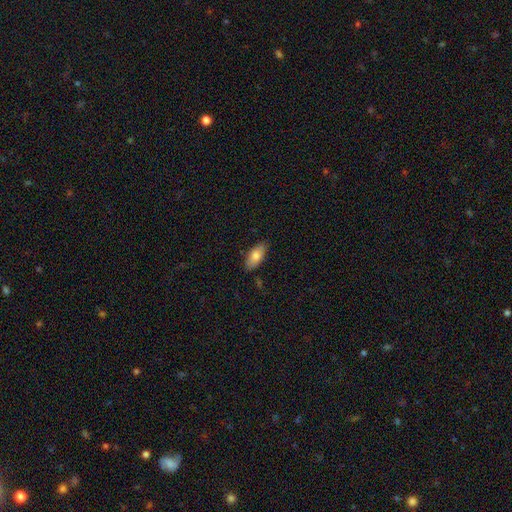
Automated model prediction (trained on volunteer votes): A smooth galaxy with no disk features (78%) that is in between round and cigar-shaped (88%). Merging: none (83%).